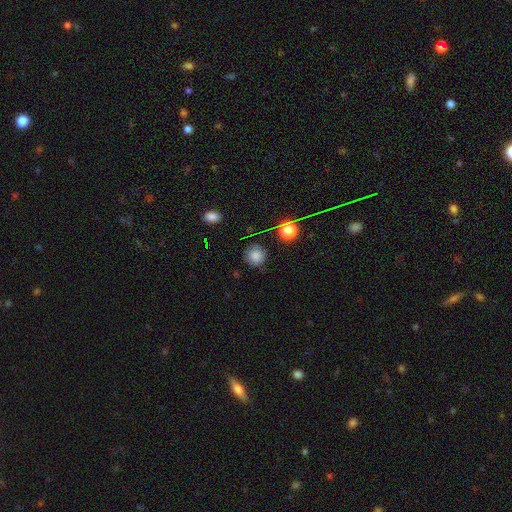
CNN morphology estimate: This appears to be a smooth galaxy with no disk features (77%) that is round (92%). Merging: none (83%).